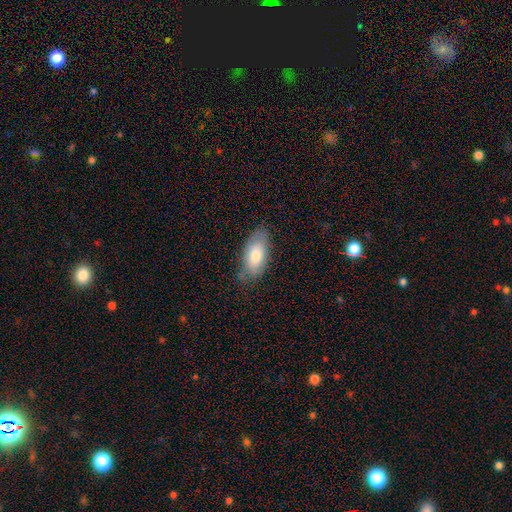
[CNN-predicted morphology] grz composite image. It shows a smooth galaxy with no disk features (73%) that is in between round and cigar-shaped (90%). Merging: none (72%).